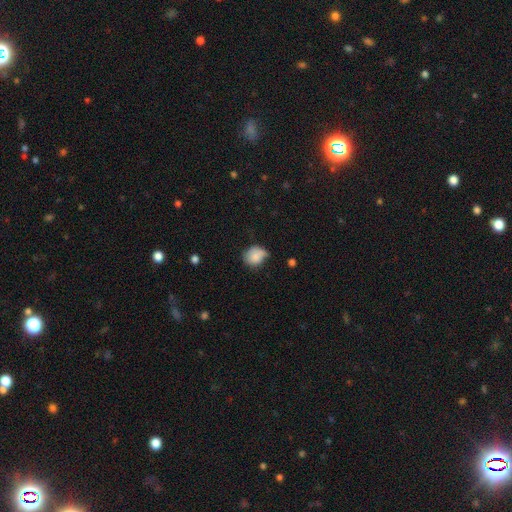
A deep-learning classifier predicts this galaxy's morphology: This is likely a smooth galaxy (79%). How rounded: likely round (61%). Merging: marginally none (42%, tied with minor disturbance).